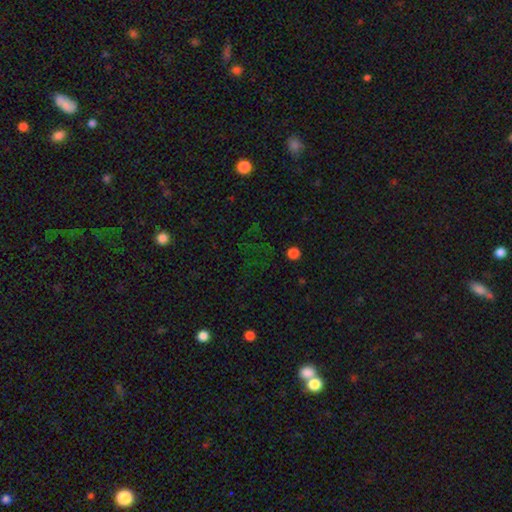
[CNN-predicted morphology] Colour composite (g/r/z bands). It shows a star or artifact, not a galaxy (63%).